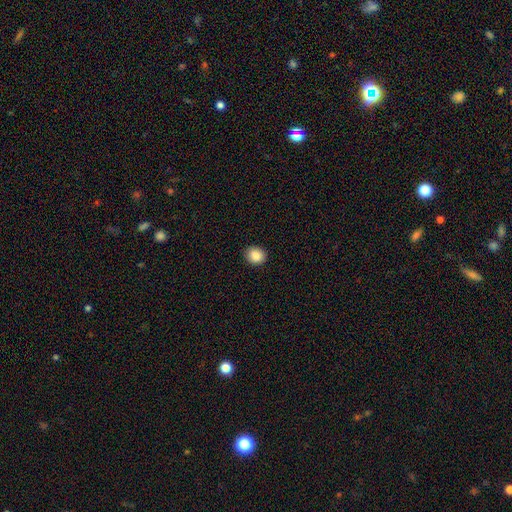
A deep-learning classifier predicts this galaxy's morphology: Smooth or featured: smooth — 88% (star or artifact — 9%)
How rounded: round — 63% (in between — 36%)
Merging: none — 90% (minor disturbance — 7%)